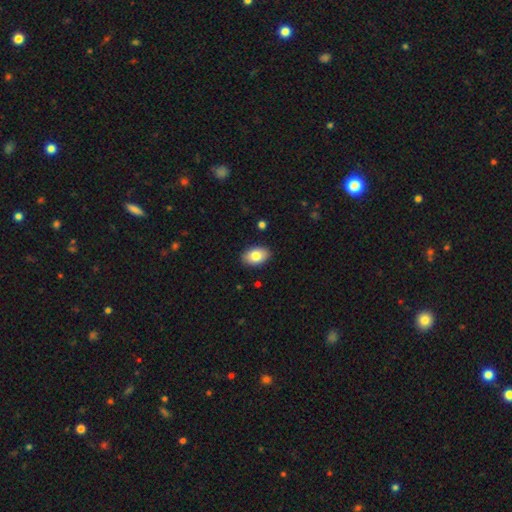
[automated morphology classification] smooth 82%, featured or disk 11%, star or artifact 7%. Down the decision tree: how rounded — in between (90%); merging — none (89%).